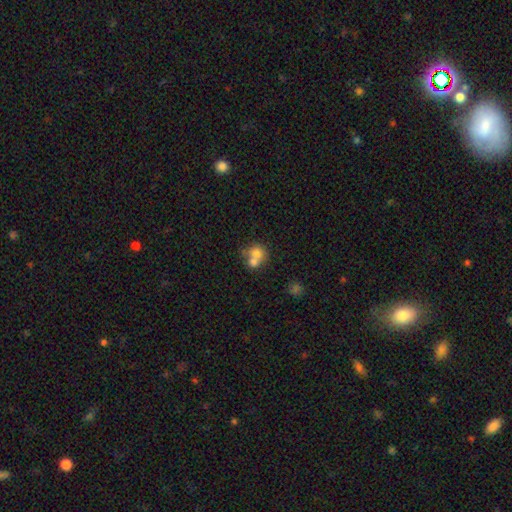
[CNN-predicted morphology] Smooth or featured?
  - smooth: 72% *
  - featured or disk: 18%
  - star or artifact: 10%
How rounded?
  - round: 76% *
  - in between: 23%
  - cigar-shaped: 1%
Merging?
  - merger: 62% *
  - none: 29%
  - minor disturbance: 6%
  - major disturbance: 3%